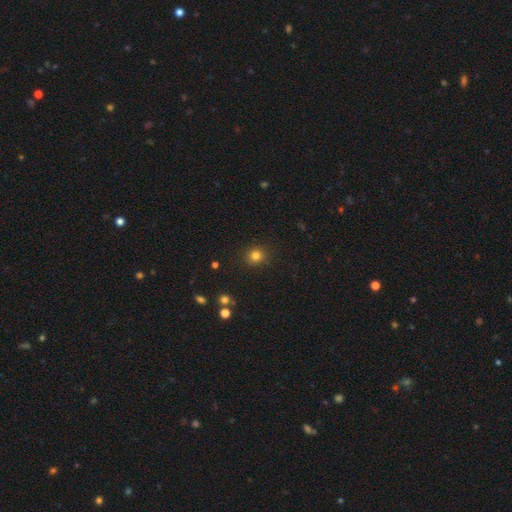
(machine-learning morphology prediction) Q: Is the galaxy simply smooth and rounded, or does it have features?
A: smooth — 81%.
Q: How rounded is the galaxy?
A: round — 88%.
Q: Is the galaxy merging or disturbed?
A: none — 89%.